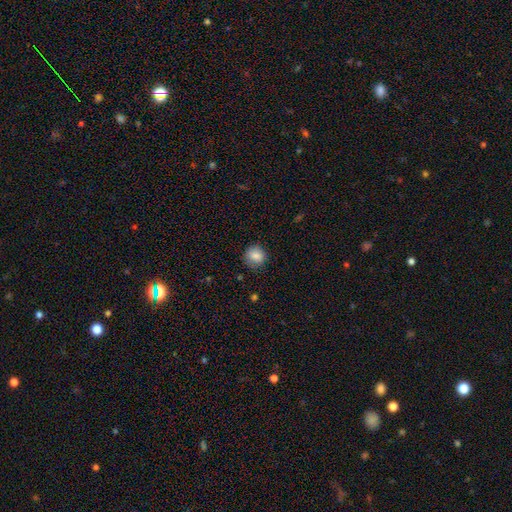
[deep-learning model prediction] A smooth galaxy with no disk features (85%) that is round (79%). Merging: none (81%).